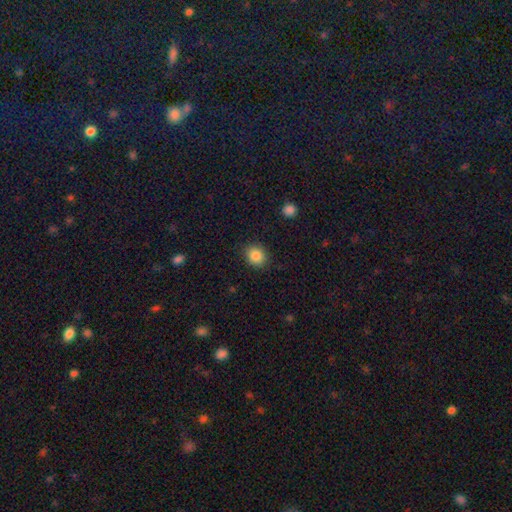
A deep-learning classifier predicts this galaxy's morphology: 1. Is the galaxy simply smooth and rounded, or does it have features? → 86% smooth, 9% star or artifact, 5% featured or disk.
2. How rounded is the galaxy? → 64% round, 35% in between, 1% cigar-shaped.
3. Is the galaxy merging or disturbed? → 88% none, 8% minor disturbance, 2% major disturbance, 1% merger.